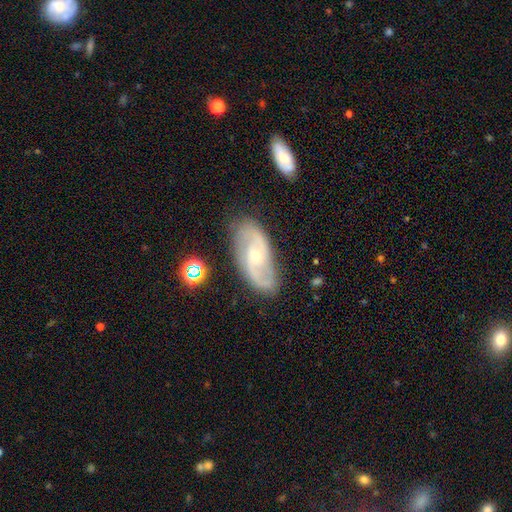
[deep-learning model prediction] smooth_or_featured: featured or disk (p=0.80) [alt: smooth p=0.13]
disk_edge_on: no (p=0.94) [alt: yes p=0.06]
bar: no (p=0.52) [alt: weak p=0.39]
has_spiral_arms: yes (p=0.93) [alt: no p=0.07]
spiral_winding: medium (p=0.49) [alt: tight p=0.28]
spiral_arm_count: 2 (p=0.83) [alt: can't tell p=0.10]
bulge_size: small (p=0.59) [alt: moderate p=0.37]
merging: none (p=0.80) [alt: minor disturbance p=0.14]